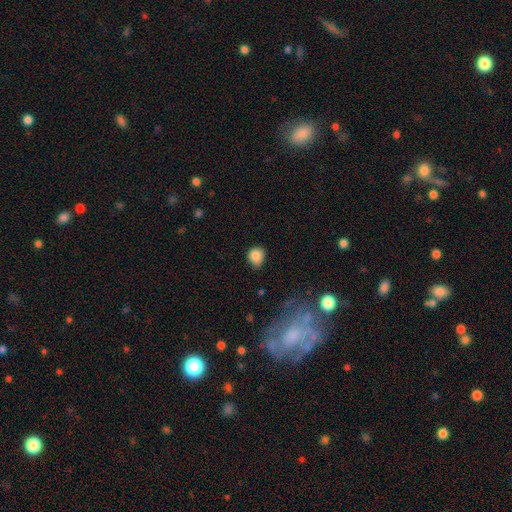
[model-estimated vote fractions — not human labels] This is clearly a smooth galaxy (86%). How rounded: likely round (72%). Merging: likely none (68%).